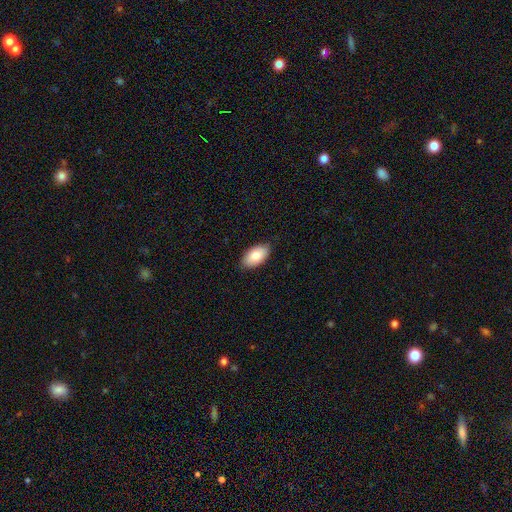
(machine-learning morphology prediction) Overall: smooth (82%). How rounded: in between (95%). Merging: none (86%).